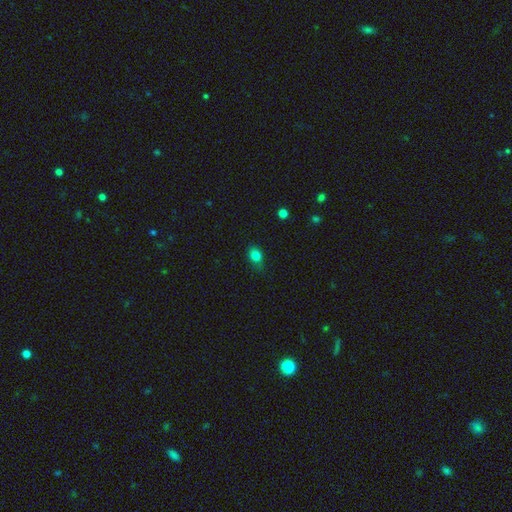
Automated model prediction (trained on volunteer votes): A smooth galaxy with no disk features (80%) that is in between round and cigar-shaped (58%).

Vote fractions:
- Smooth or featured? smooth: 80% / star or artifact: 12% / featured or disk: 7%
- How rounded? in between: 58% / round: 40% / cigar-shaped: 2%
- Merging? none: 73% / minor disturbance: 21% / major disturbance: 4% / merger: 1%